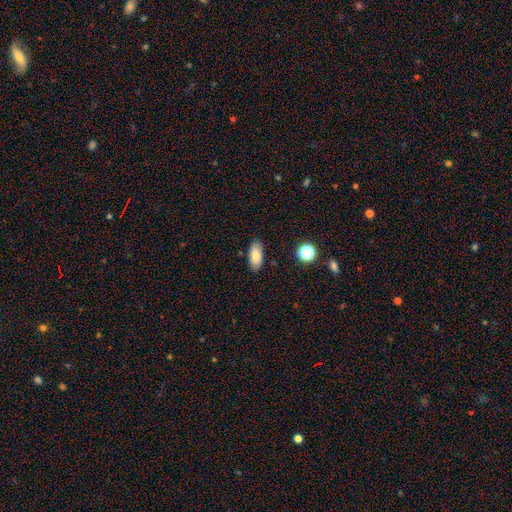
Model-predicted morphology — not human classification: Smooth or featured?
  - smooth: 78% *
  - featured or disk: 13%
  - star or artifact: 9%
How rounded?
  - in between: 88% *
  - cigar-shaped: 9%
  - round: 3%
Merging?
  - none: 85% *
  - minor disturbance: 11%
  - major disturbance: 2%
  - merger: 2%